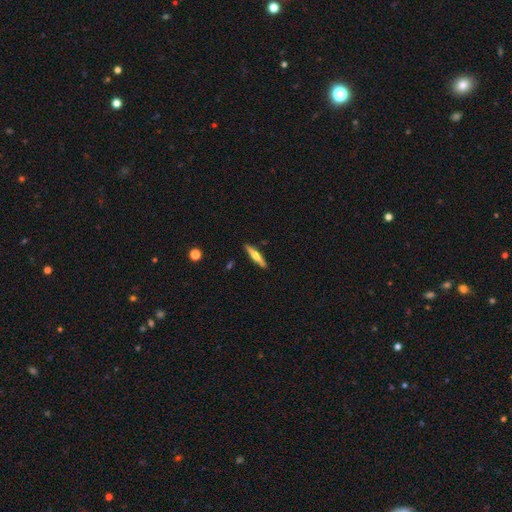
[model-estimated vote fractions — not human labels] Overall: featured or disk (56%; smooth 38%). Edge-on disk: yes (96%). Edge-on bulge: rounded (89%). Merging: none (89%).